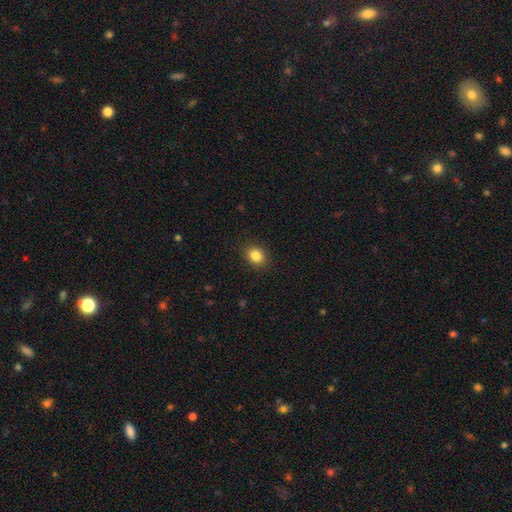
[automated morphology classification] smooth_or_featured: smooth (p=0.85) [alt: star or artifact p=0.10]
how_rounded: round (p=0.52) [alt: in between p=0.47]
merging: none (p=0.89) [alt: minor disturbance p=0.08]